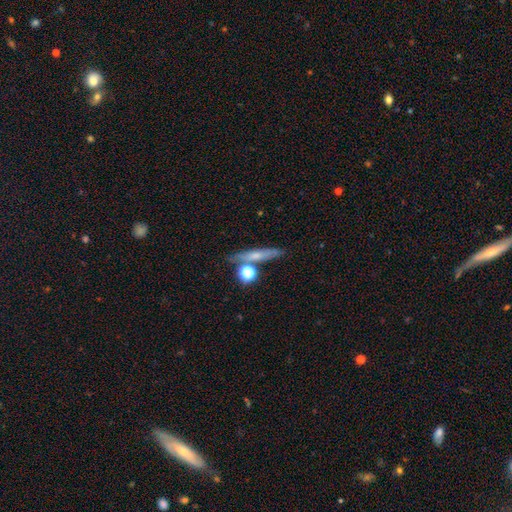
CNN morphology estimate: smooth_or_featured: smooth (p=0.52) [alt: featured or disk p=0.36]
how_rounded: cigar-shaped (p=0.74) [alt: in between p=0.13]
merging: none (p=0.70) [alt: merger p=0.13]